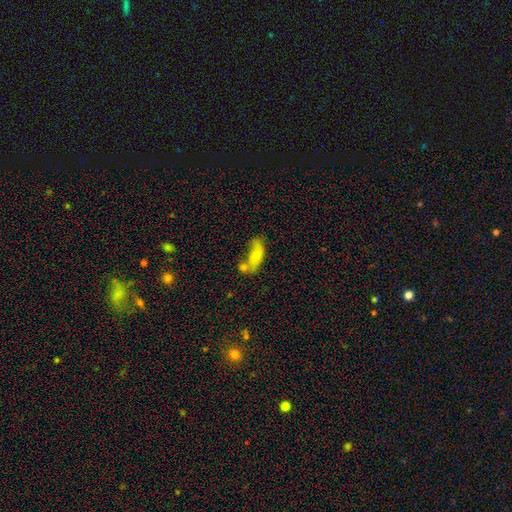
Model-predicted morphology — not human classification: Q: Smooth or featured?
A: smooth (71%); runner-up: featured or disk (20%)
Q: How rounded?
A: in between (77%); runner-up: cigar-shaped (19%)
Q: Merging?
A: merger (37%); runner-up: none (30%)